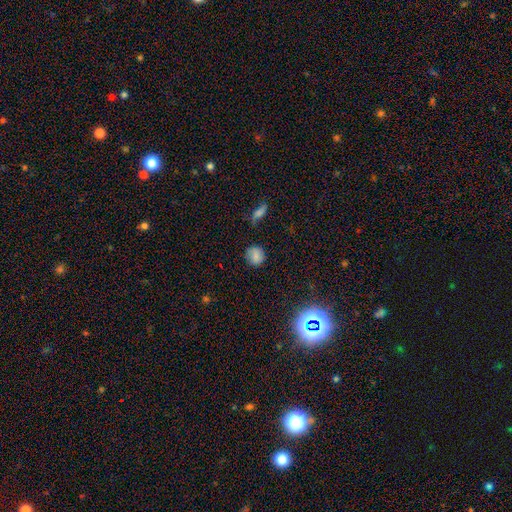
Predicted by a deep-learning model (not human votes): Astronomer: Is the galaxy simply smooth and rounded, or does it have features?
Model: smooth — 75%.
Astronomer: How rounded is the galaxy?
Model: round — 81%.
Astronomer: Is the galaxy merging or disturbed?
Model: none — 74%.